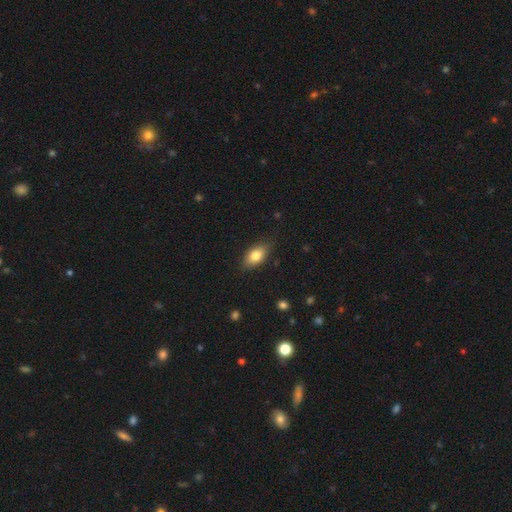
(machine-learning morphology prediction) Smooth or featured?
  - smooth: 80% *
  - featured or disk: 13%
  - star or artifact: 7%
How rounded?
  - in between: 88% *
  - round: 7%
  - cigar-shaped: 5%
Merging?
  - none: 82% *
  - minor disturbance: 14%
  - major disturbance: 3%
  - merger: 1%